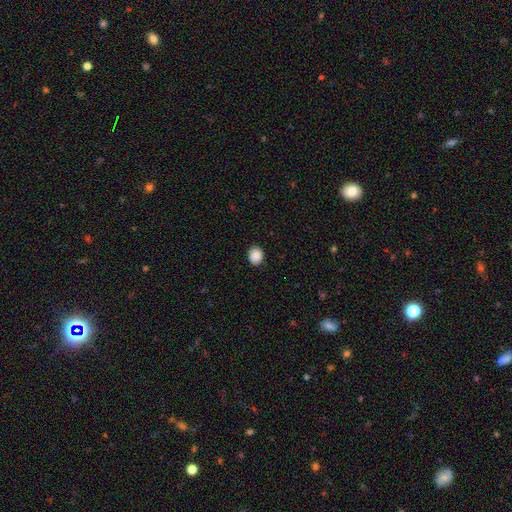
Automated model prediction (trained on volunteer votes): A smooth galaxy with no disk features (88%) that is round (67%). Merging: none (91%).